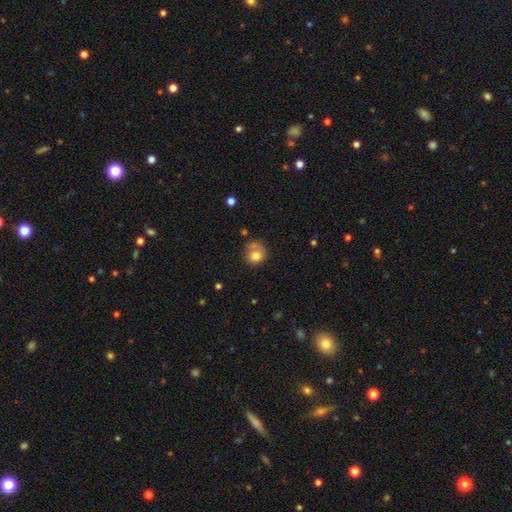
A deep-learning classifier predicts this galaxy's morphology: A smooth galaxy with no disk features (76%) that is round (75%). Merging: none (45%).